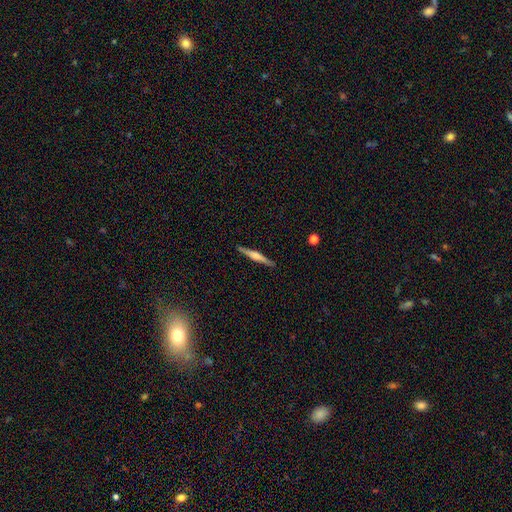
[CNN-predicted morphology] Smooth or featured? featured or disk (68%)
Edge-on disk? yes (98%)
Edge-on bulge? rounded (67%)
Merging? none (91%)